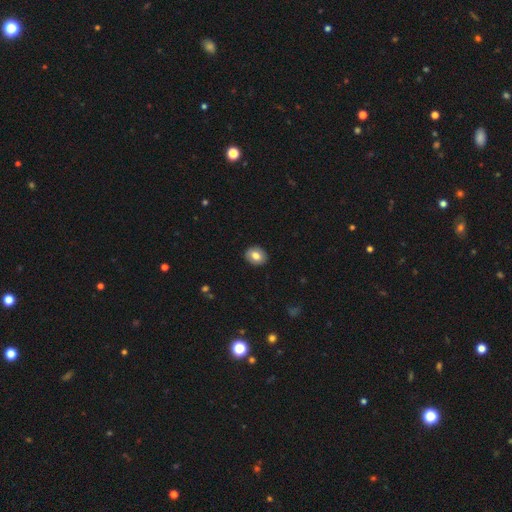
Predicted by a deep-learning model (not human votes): Smooth or featured?
  - smooth: 79% *
  - featured or disk: 13%
  - star or artifact: 8%
How rounded?
  - in between: 51% *
  - round: 48%
  - cigar-shaped: 1%
Merging?
  - none: 89% *
  - minor disturbance: 8%
  - major disturbance: 2%
  - merger: 1%